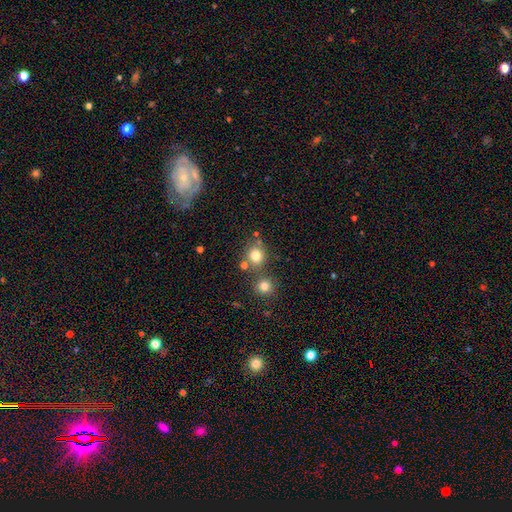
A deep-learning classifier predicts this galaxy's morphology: smooth_or_featured: smooth (p=0.78) [alt: star or artifact p=0.14]
how_rounded: round (p=0.84) [alt: in between p=0.15]
merging: none (p=0.68) [alt: merger p=0.18]